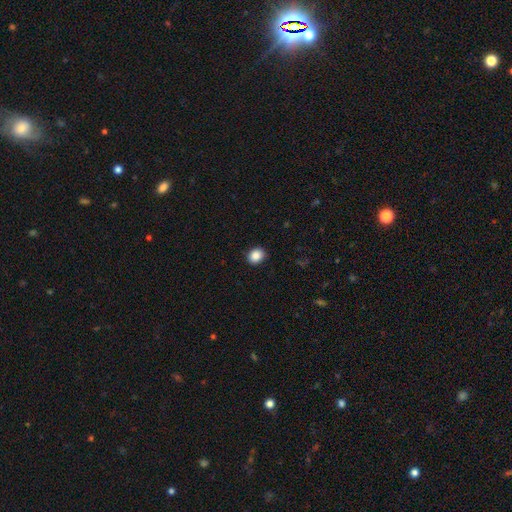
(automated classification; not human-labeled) A smooth galaxy with no disk features (87%) that is round (72%). Merging: none (89%).